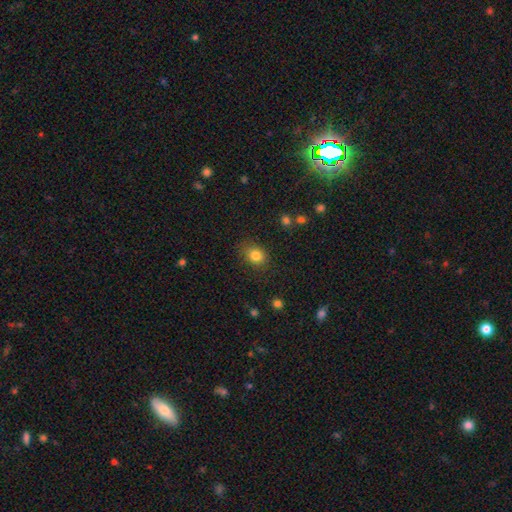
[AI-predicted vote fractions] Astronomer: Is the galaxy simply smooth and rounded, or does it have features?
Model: smooth — 82%.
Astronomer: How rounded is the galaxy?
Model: round — 56% (runner-up: in between, 43%).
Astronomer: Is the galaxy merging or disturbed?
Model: none — 80%.